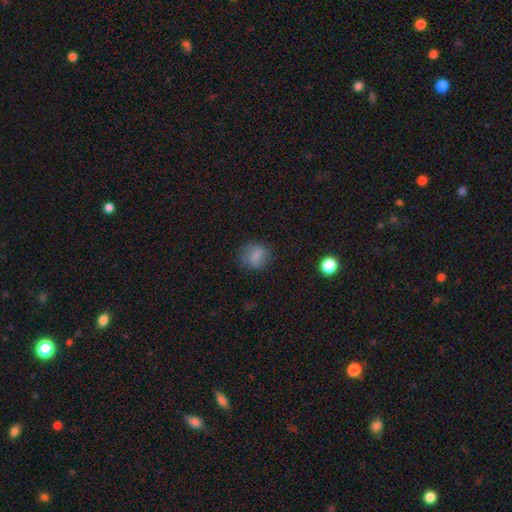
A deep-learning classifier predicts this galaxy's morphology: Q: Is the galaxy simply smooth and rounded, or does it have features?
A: smooth — 78%.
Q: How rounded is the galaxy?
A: round — 77%.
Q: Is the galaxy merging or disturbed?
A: none — 76%.